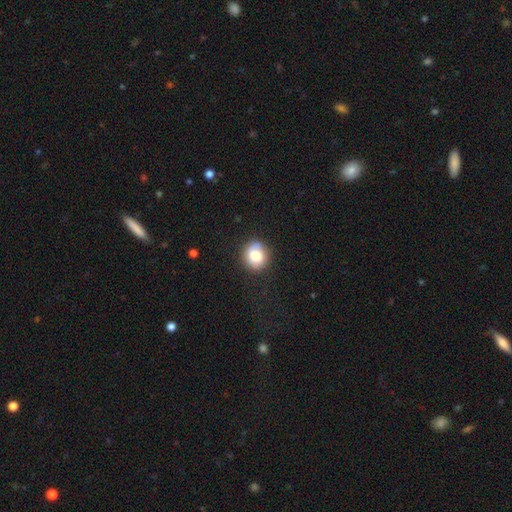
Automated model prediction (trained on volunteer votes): Smooth or featured? smooth (78%)
How rounded? round (80%)
Merging? none (83%)